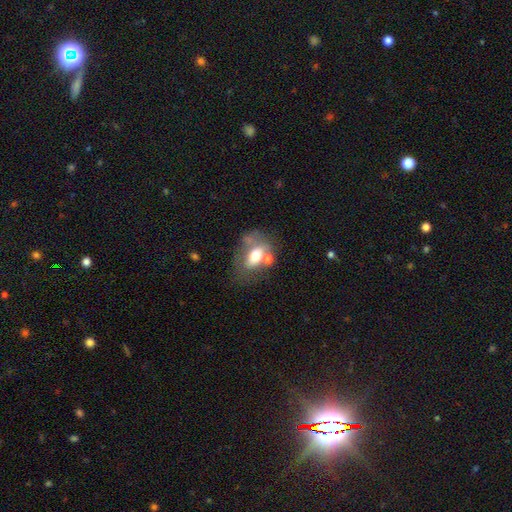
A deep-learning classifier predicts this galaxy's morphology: smooth_or_featured: smooth (p=0.59) [alt: featured or disk p=0.32]
how_rounded: in between (p=0.81) [alt: round p=0.15]
merging: none (p=0.41) [alt: merger p=0.28]